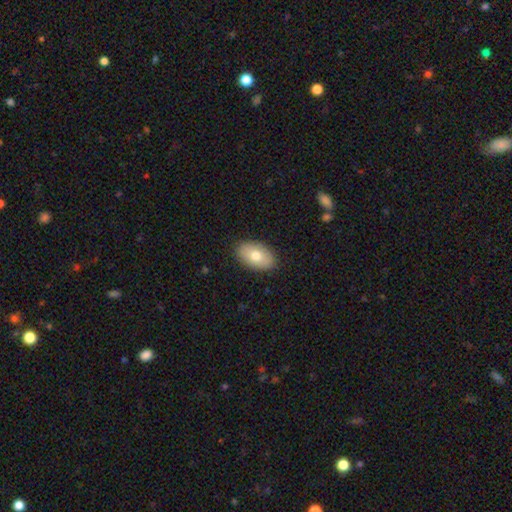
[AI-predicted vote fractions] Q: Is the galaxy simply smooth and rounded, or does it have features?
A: smooth — 76%.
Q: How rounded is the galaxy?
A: in between — 92%.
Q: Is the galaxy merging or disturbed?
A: none — 88%.